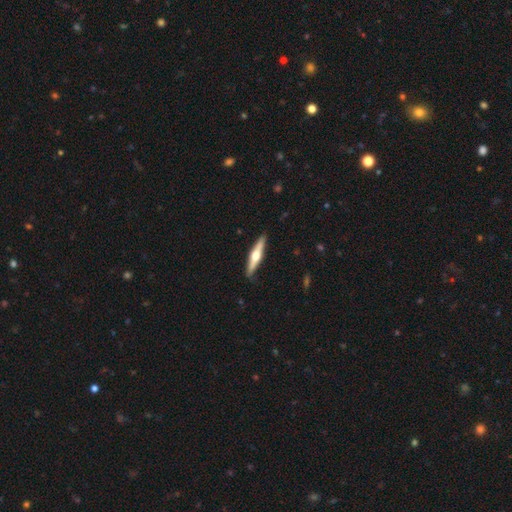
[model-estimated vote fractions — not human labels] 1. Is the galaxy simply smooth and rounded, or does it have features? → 68% featured or disk, 27% smooth, 5% star or artifact.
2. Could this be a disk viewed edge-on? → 97% yes, 3% no.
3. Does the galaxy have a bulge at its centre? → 94% rounded, 4% boxy, 2% none.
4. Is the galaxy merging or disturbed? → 90% none, 7% minor disturbance, 1% major disturbance, 1% merger.